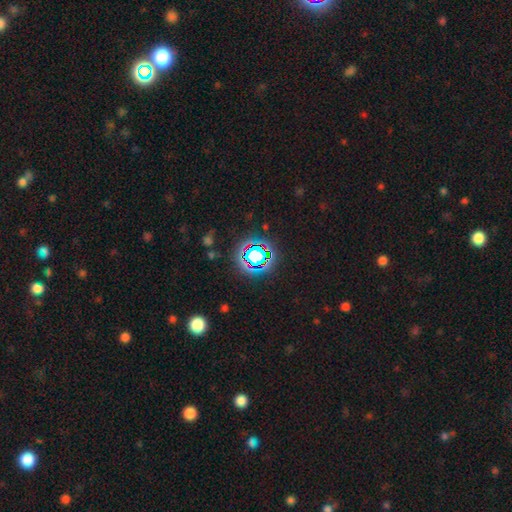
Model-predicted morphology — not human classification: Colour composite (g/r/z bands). It shows a star or artifact, not a galaxy (77%).